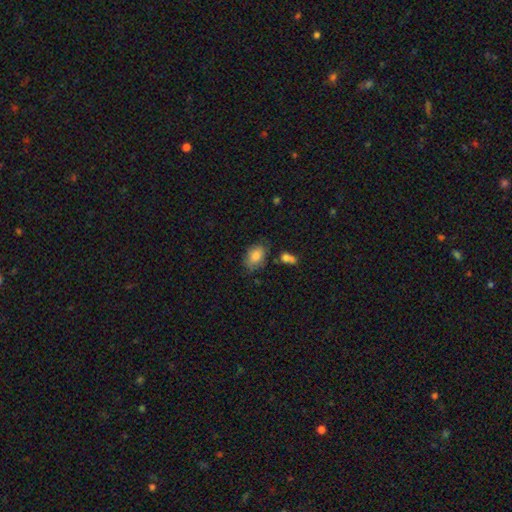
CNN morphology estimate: smooth_or_featured: smooth (p=0.82) [alt: featured or disk p=0.10]
how_rounded: in between (p=0.82) [alt: round p=0.16]
merging: none (p=0.68) [alt: minor disturbance p=0.22]